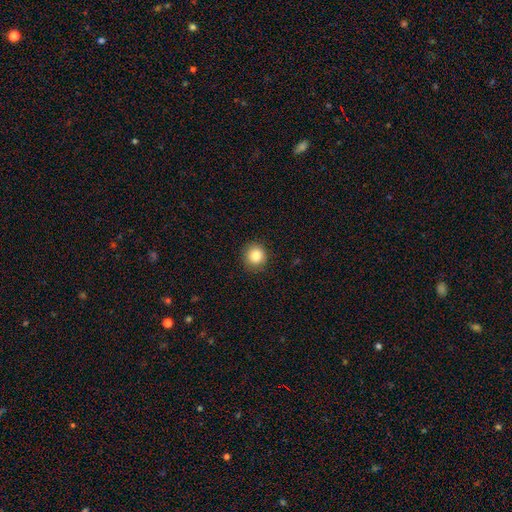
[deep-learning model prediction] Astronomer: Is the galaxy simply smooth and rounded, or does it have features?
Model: smooth — 85%.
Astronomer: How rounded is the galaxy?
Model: round — 90%.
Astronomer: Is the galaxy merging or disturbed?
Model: none — 89%.